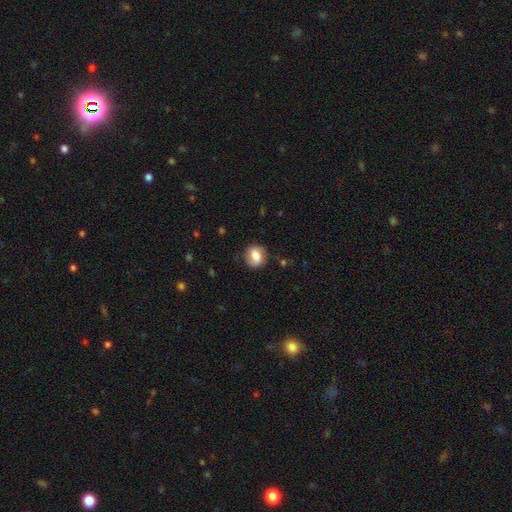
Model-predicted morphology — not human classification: smooth 66%, featured or disk 26%, star or artifact 8%. Down the decision tree: how rounded — round (70%); merging — none (83%).